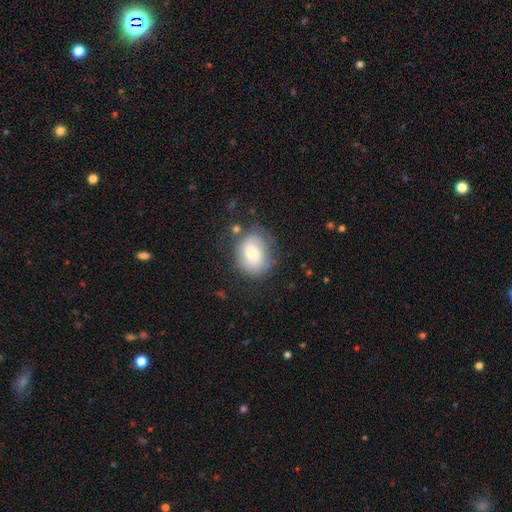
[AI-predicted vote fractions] Smooth or featured? Predicted: smooth (p=0.66). How rounded? Predicted: round (p=0.51). Merging? Predicted: none (p=0.68).